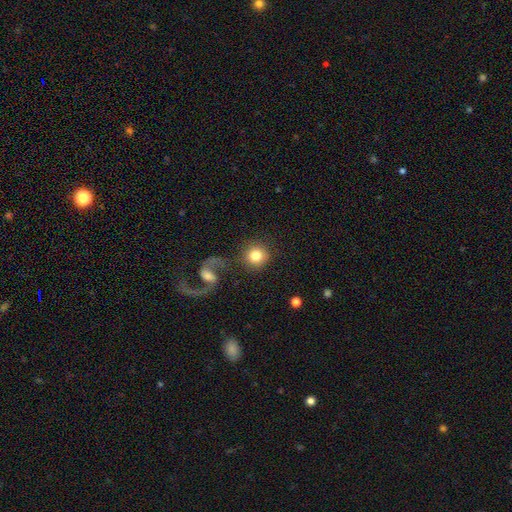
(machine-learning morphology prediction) Smooth or featured?
  - smooth: 78% *
  - featured or disk: 14%
  - star or artifact: 8%
How rounded?
  - round: 93% *
  - in between: 6%
  - cigar-shaped: 1%
Merging?
  - none: 75% *
  - merger: 10%
  - minor disturbance: 9%
  - major disturbance: 6%